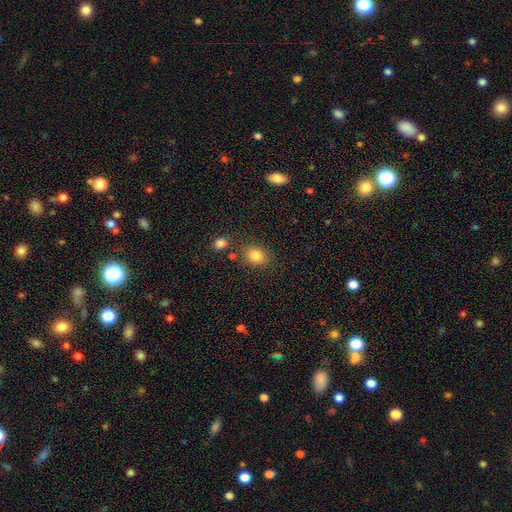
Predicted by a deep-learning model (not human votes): Smooth or featured? Predicted: smooth (p=0.83). How rounded? Predicted: round (p=0.51). Merging? Predicted: none (p=0.77).